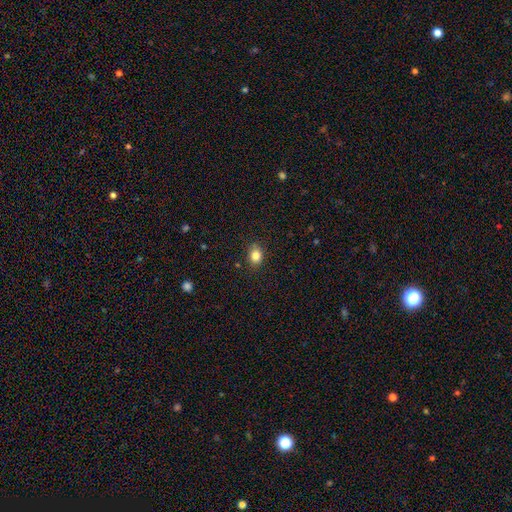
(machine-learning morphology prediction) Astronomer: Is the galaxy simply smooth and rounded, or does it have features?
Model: smooth — 84%.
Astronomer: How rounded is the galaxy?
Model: round — 51% (runner-up: in between, 48%).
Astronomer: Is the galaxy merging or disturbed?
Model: none — 86%.